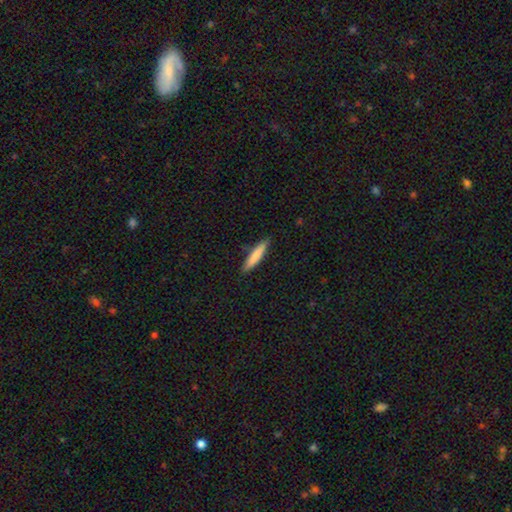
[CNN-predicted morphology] Smooth or featured: smooth — 79% (featured or disk — 15%)
How rounded: cigar-shaped — 88% (in between — 11%)
Merging: none — 86% (minor disturbance — 10%)